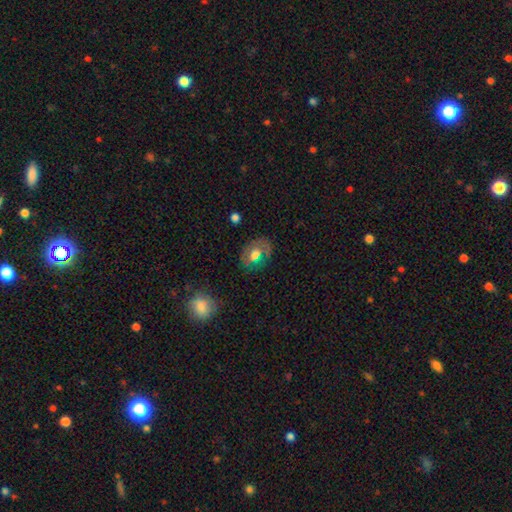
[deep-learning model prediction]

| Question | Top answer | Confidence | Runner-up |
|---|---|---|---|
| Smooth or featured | smooth | 57% | featured or disk (32%) |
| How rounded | in between | 72% | round (27%) |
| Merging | none | 67% | minor disturbance (21%) |